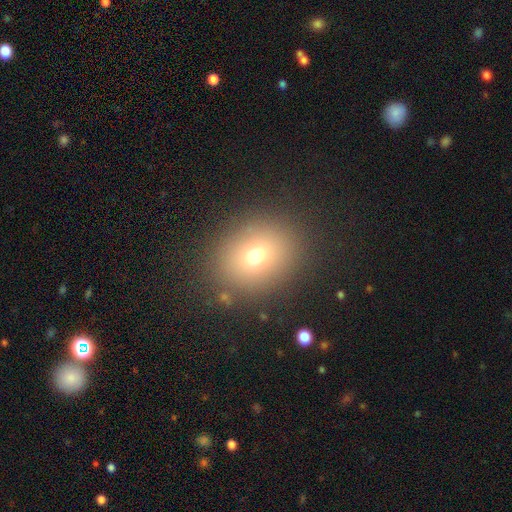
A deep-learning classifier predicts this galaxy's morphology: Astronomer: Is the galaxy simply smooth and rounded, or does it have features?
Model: smooth — 70%.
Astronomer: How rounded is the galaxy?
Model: round — 56% (runner-up: in between, 43%).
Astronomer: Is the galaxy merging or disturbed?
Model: none — 86%.